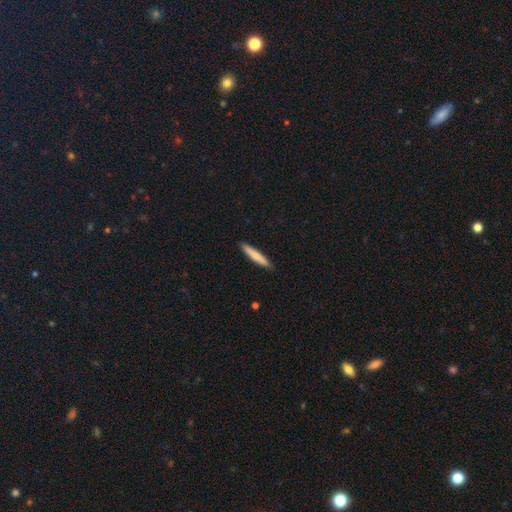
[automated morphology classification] Overall: smooth (72%). How rounded: cigar-shaped (92%). Merging: none (90%).